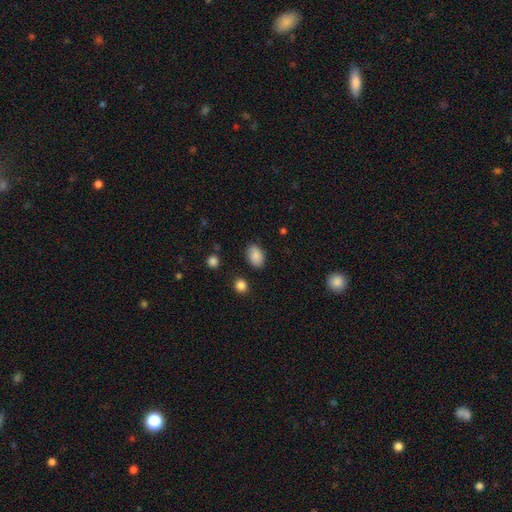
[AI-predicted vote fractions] Smooth or featured?
  - smooth: 85% *
  - star or artifact: 8%
  - featured or disk: 7%
How rounded?
  - in between: 83% *
  - round: 16%
  - cigar-shaped: 1%
Merging?
  - none: 80% *
  - minor disturbance: 15%
  - major disturbance: 3%
  - merger: 2%